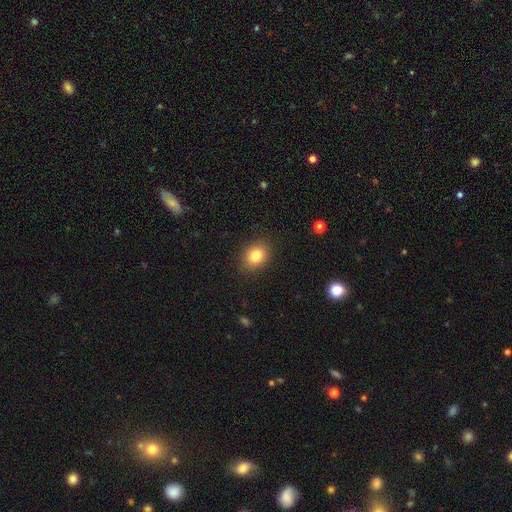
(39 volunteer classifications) Smooth or featured?
  - smooth: 74% *
  - featured or disk: 15%
  - star or artifact: 10%
How rounded?
  - in between: 62% *
  - round: 38%
  - cigar-shaped: 0%
Merging?
  - none: 94% *
  - minor disturbance: 6%
  - major disturbance: 0%
  - merger: 0%